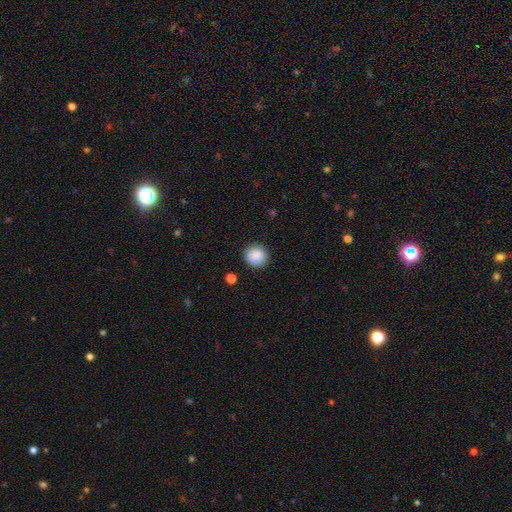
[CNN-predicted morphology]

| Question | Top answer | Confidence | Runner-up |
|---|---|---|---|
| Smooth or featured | smooth | 89% | star or artifact (8%) |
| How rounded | round | 87% | in between (12%) |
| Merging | none | 90% | minor disturbance (7%) |